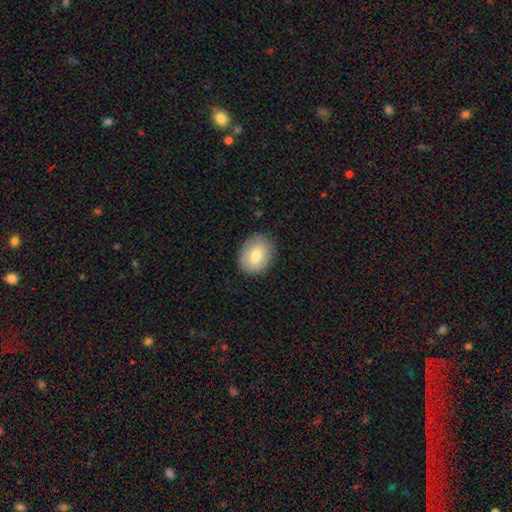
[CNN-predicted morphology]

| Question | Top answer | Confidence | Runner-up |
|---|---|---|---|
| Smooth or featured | smooth | 73% | featured or disk (20%) |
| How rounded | in between | 65% | round (34%) |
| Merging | none | 84% | minor disturbance (12%) |